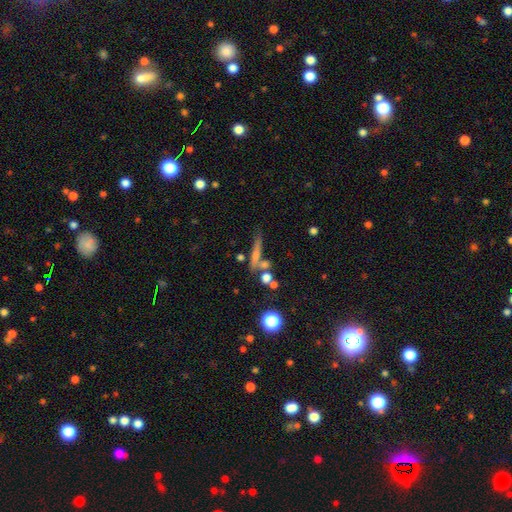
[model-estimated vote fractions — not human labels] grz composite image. It shows a featured or disk galaxy (43%). Merging: none (63%).